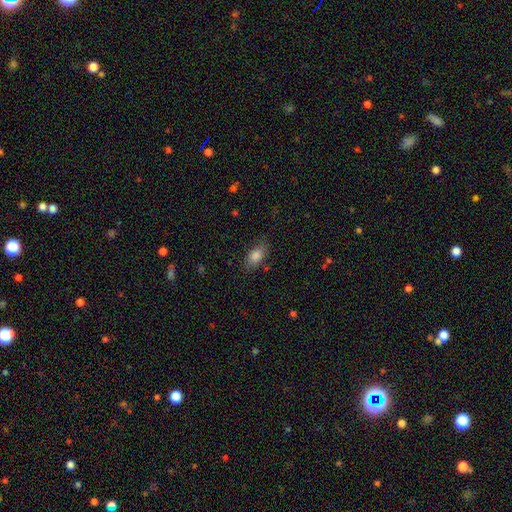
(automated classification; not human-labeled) Smooth or featured: smooth — 83% (star or artifact — 8%)
How rounded: in between — 88% (round — 7%)
Merging: none — 78% (minor disturbance — 16%)